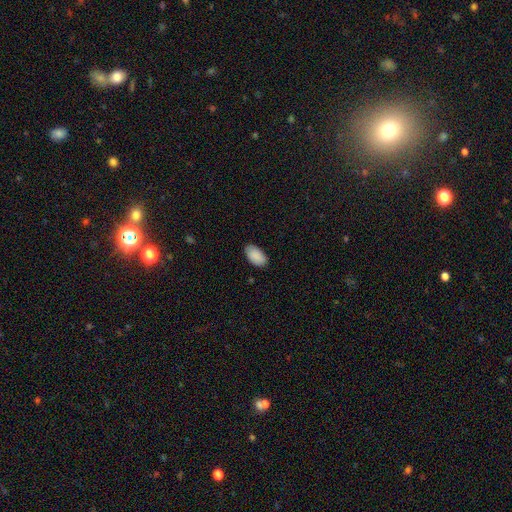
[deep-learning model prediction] Smooth or featured? Predicted: smooth (p=0.90). How rounded? Predicted: in between (p=0.95). Merging? Predicted: none (p=0.83).